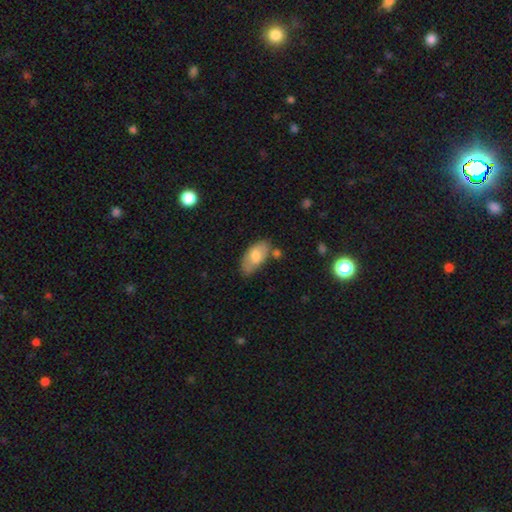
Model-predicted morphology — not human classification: Smooth or featured? smooth (73%)
How rounded? in between (93%)
Merging? none (61%)